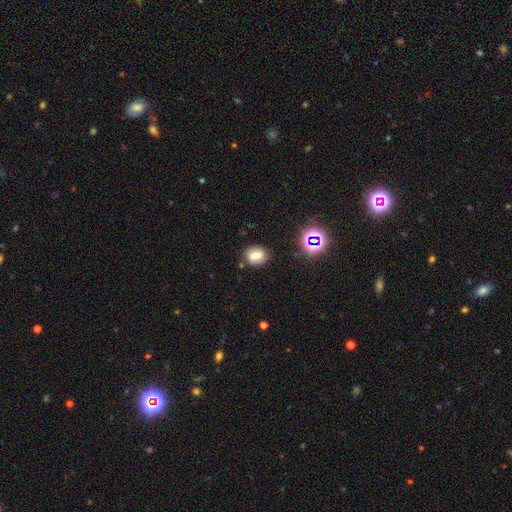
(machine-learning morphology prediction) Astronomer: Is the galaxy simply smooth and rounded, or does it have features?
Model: smooth — 72%.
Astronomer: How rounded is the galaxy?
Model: in between — 58% (runner-up: round, 40%).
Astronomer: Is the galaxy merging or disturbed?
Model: none — 79%.